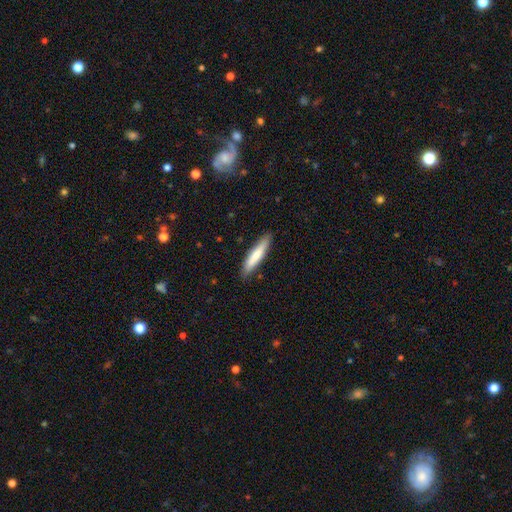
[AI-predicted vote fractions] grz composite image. It shows a smooth galaxy with no disk features (76%) that is cigar-shaped (85%). Merging: none (87%).